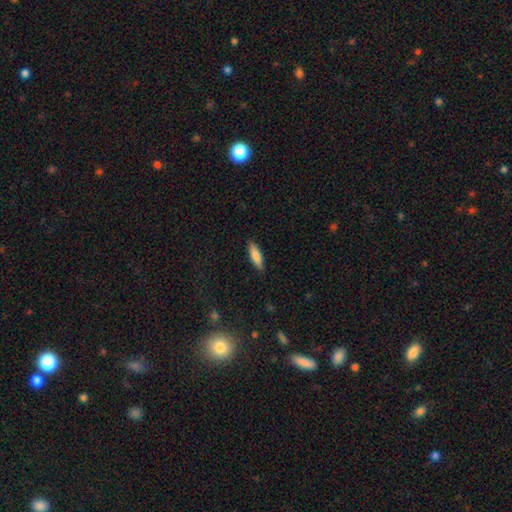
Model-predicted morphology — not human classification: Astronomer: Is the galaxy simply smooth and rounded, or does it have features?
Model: smooth — 81%.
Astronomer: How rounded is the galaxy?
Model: cigar-shaped — 57% (runner-up: in between, 41%).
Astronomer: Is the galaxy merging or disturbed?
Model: none — 89%.